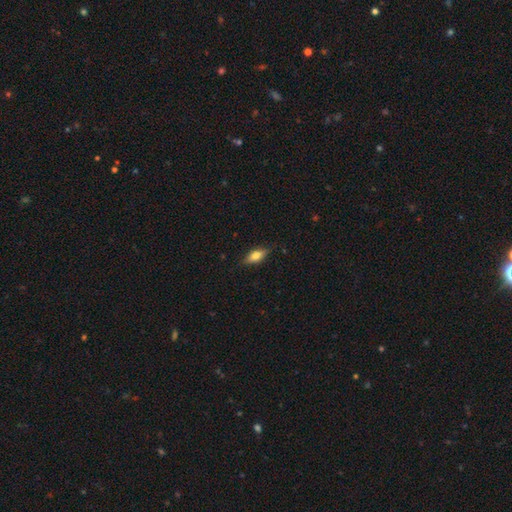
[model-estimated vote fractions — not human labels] smooth 63%, featured or disk 29%, star or artifact 7%. Down the decision tree: how rounded — in between (70%); merging — none (82%).